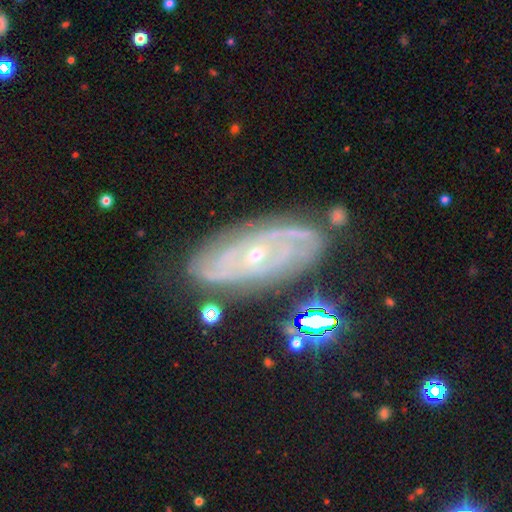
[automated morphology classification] The model was most divided on "spiral arm count": can't tell: 30%, 2: 29%, 3: 19%, 4: 11%, more than 4: 6%, 1: 6%. More confident: spiral arms — yes (96%); edge-on disk — no (93%); smooth or featured — featured or disk (86%); merging — none (78%); bulge size — small (75%); spiral winding — tight (73%); bar — no (69%).